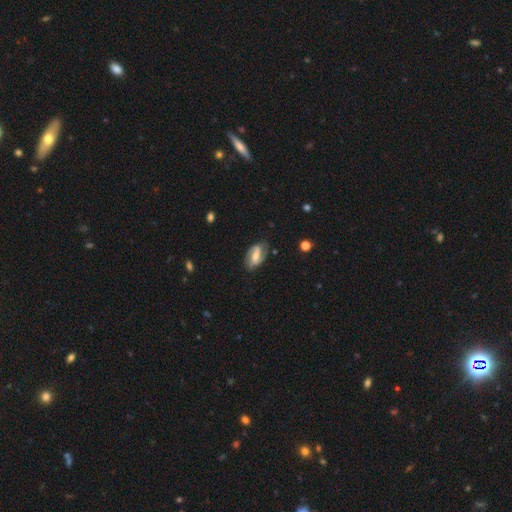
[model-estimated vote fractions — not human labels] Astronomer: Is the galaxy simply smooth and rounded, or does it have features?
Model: featured or disk — 77%.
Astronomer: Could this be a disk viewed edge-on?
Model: no — 96%.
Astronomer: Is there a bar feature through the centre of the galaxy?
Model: strong — 42% (runner-up: weak, 41%).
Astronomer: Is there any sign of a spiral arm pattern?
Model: yes — 92%.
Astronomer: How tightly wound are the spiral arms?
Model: medium — 44% (runner-up: loose, 29%).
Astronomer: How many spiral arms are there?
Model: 2 — 87%.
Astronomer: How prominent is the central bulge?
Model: moderate — 51% (runner-up: small, 33%).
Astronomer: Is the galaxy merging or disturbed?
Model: none — 76%.